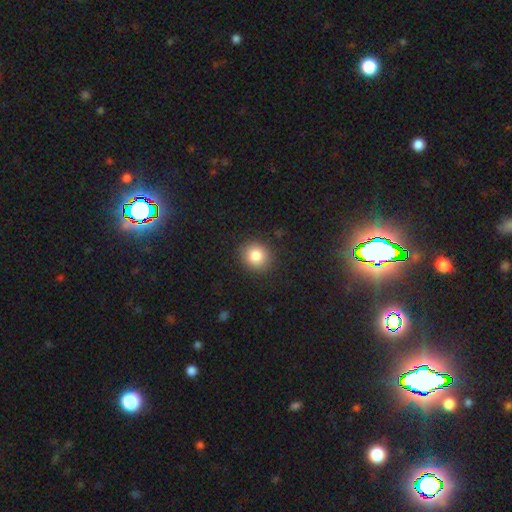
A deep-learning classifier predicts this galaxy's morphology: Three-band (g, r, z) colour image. It shows a smooth galaxy with no disk features (85%) that is round (85%). Merging: none (89%).